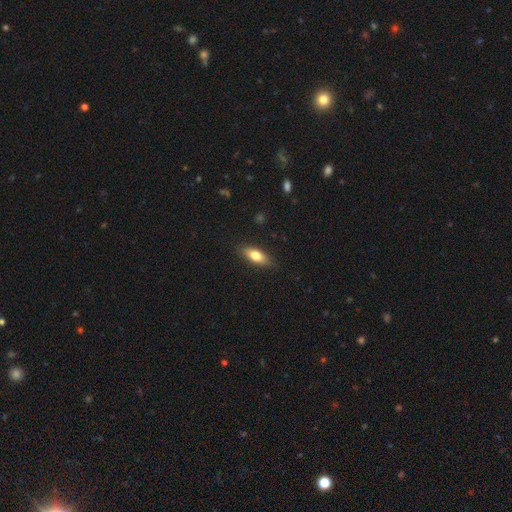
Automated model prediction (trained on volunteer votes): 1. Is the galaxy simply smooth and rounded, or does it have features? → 73% smooth, 20% featured or disk, 7% star or artifact.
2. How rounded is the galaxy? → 73% in between, 23% cigar-shaped, 4% round.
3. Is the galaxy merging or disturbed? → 85% none, 12% minor disturbance, 2% major disturbance, 1% merger.